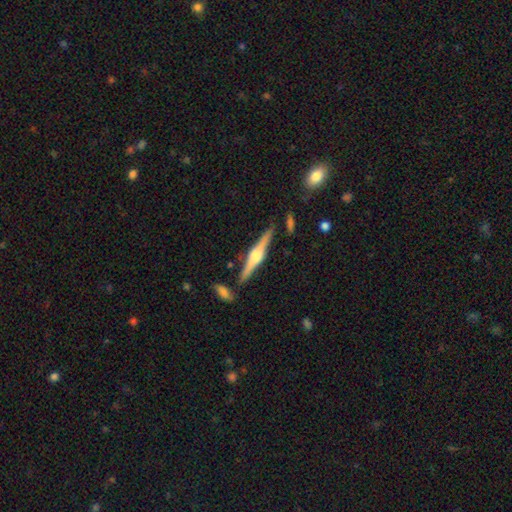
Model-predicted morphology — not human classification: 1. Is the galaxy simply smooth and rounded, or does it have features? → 80% featured or disk, 15% smooth, 6% star or artifact.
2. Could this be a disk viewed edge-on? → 98% yes, 2% no.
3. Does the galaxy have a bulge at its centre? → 88% rounded, 10% boxy, 2% none.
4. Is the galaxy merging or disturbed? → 85% none, 9% minor disturbance, 4% merger, 2% major disturbance.